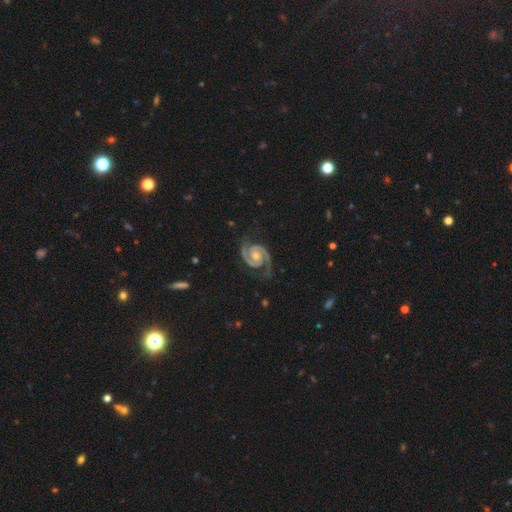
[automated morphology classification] Smooth or featured?
  - featured or disk: 93% *
  - star or artifact: 4%
  - smooth: 3%
Edge-on disk?
  - no: 98% *
  - yes: 2%
Bar?
  - no: 62% *
  - weak: 28%
  - strong: 9%
Spiral arms?
  - yes: 99% *
  - no: 1%
Spiral winding?
  - tight: 53% *
  - medium: 42%
  - loose: 6%
Spiral arm count?
  - 2: 94% *
  - 3: 1%
  - can't tell: 1%
  - 1: 1%
  - 4: 1%
  - more than 4: 1%
Bulge size?
  - moderate: 64% *
  - small: 28%
  - large: 4%
  - none: 4%
  - dominant: 1%
Merging?
  - none: 80% *
  - minor disturbance: 15%
  - major disturbance: 4%
  - merger: 1%